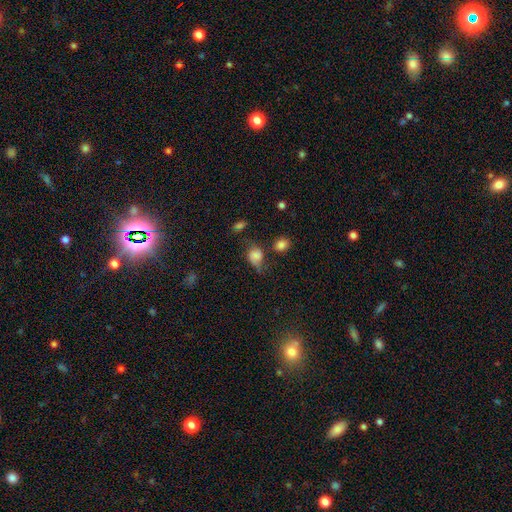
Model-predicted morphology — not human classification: This appears to be a smooth galaxy with no disk features (67%) that is in between round and cigar-shaped (53%). Merging: none (38%).